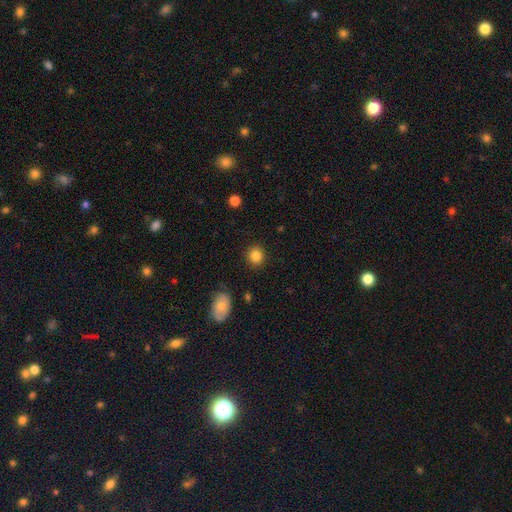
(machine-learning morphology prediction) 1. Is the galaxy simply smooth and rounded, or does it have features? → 85% smooth, 10% star or artifact, 5% featured or disk.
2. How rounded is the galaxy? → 86% round, 13% in between, 1% cigar-shaped.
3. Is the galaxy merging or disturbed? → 90% none, 7% minor disturbance, 2% major disturbance, 1% merger.